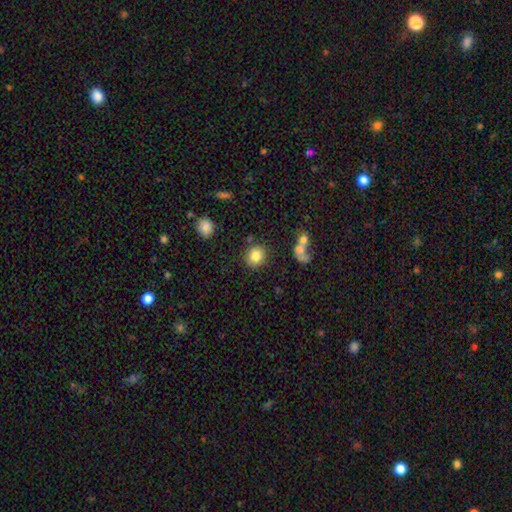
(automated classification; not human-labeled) Smooth or featured? Predicted: smooth (p=0.82). How rounded? Predicted: round (p=0.84). Merging? Predicted: none (p=0.81).